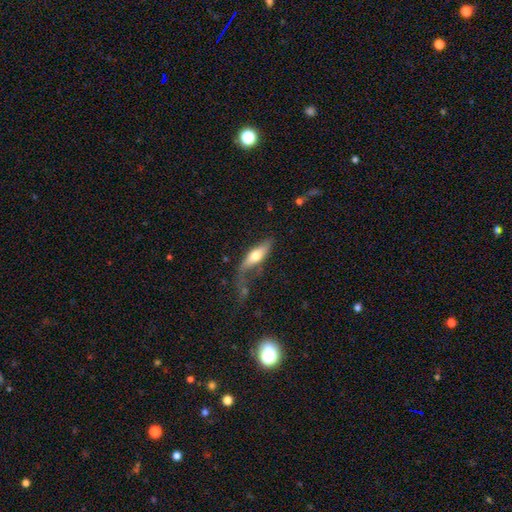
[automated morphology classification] Smooth or featured? Predicted: smooth (p=0.55). How rounded? Predicted: cigar-shaped (p=0.50). Merging? Predicted: none (p=0.44).